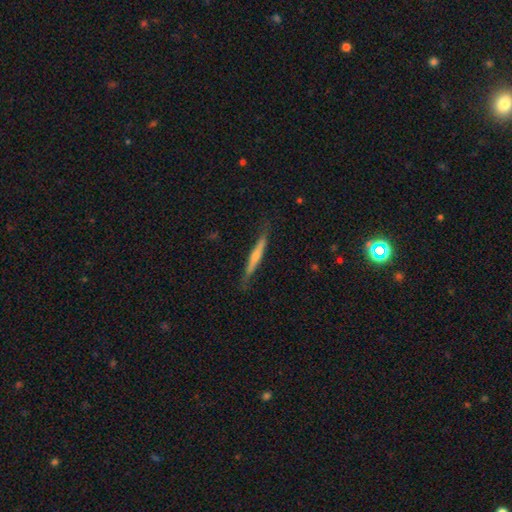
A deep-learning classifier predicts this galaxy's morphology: type=featured or disk (49%); merging=none (81%).